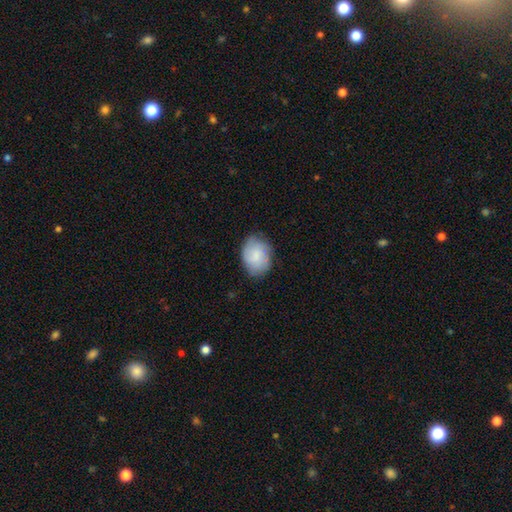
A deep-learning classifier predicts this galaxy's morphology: type=smooth (77%); roundness=in between (67%); merging=none (73%).